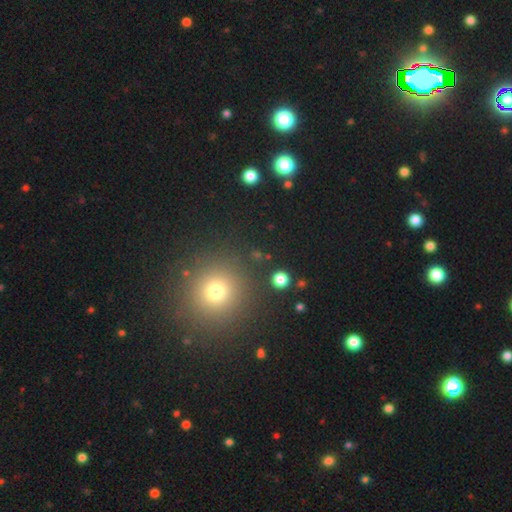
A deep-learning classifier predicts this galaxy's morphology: This appears to be a smooth galaxy with no disk features (58%) that is round (91%). Merging: none (89%).